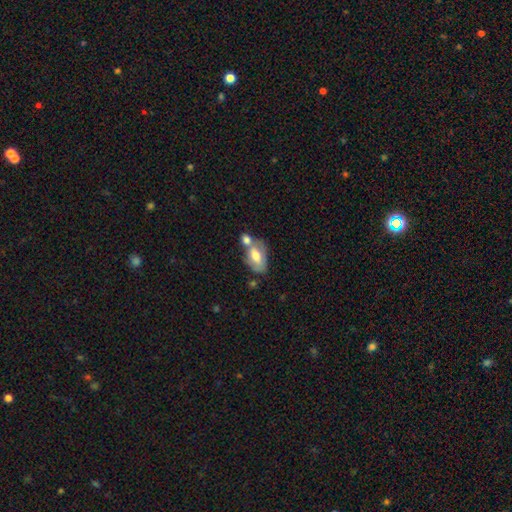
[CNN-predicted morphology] This appears to be a smooth galaxy with no disk features (62%) that is in between round and cigar-shaped (89%). Merging: merger (50%).